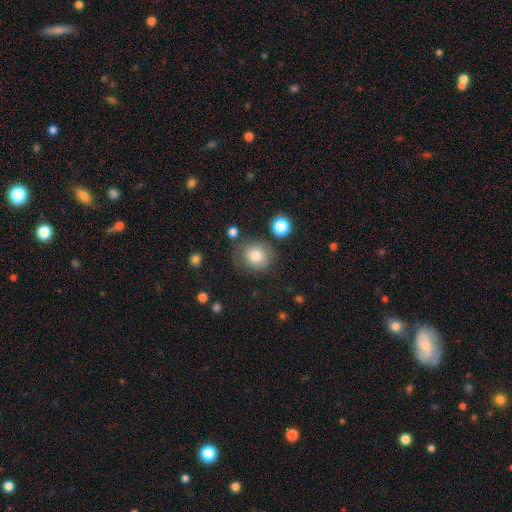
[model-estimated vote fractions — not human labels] Smooth or featured?
  - smooth: 81% *
  - star or artifact: 10%
  - featured or disk: 9%
How rounded?
  - round: 83% *
  - in between: 16%
  - cigar-shaped: 1%
Merging?
  - none: 72% *
  - minor disturbance: 17%
  - major disturbance: 6%
  - merger: 5%